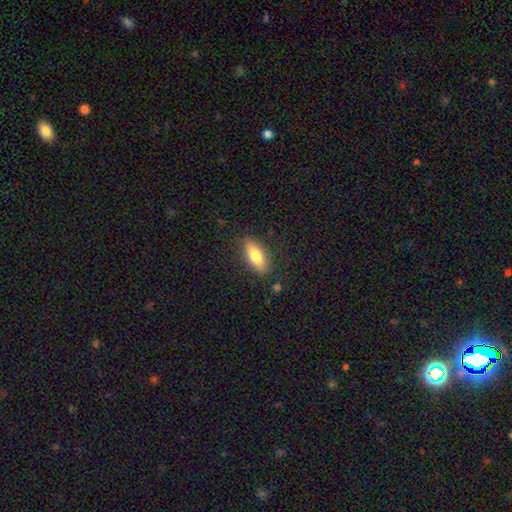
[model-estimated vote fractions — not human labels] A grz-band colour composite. It shows a smooth galaxy with no disk features (72%) that is in between round and cigar-shaped (67%). Merging: none (84%).